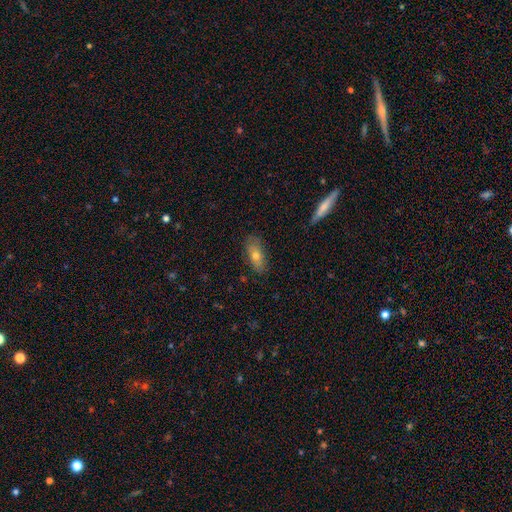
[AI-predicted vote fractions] Q: Smooth or featured?
A: smooth (63%); runner-up: featured or disk (29%)
Q: How rounded?
A: in between (75%); runner-up: cigar-shaped (21%)
Q: Merging?
A: none (80%); runner-up: minor disturbance (16%)